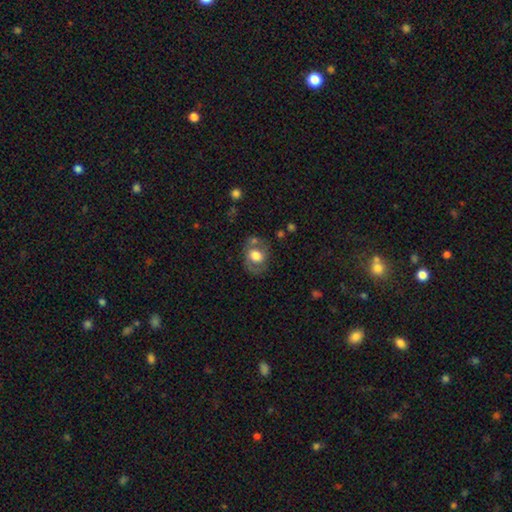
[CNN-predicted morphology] This is possibly a smooth galaxy (54%). How rounded: possibly round (50%). Merging: likely none (63%).